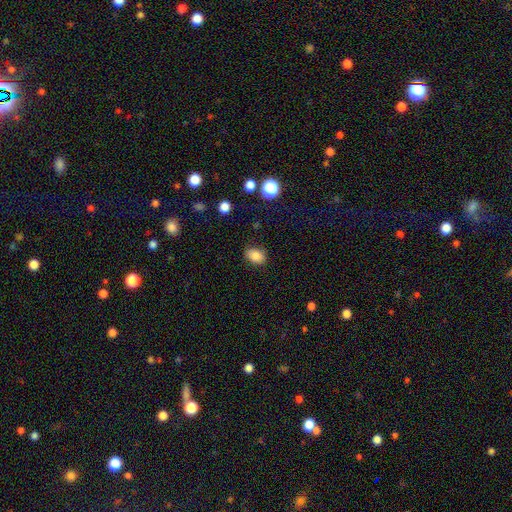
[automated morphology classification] Overall: smooth (83%). How rounded: in between (72%). Merging: none (82%).